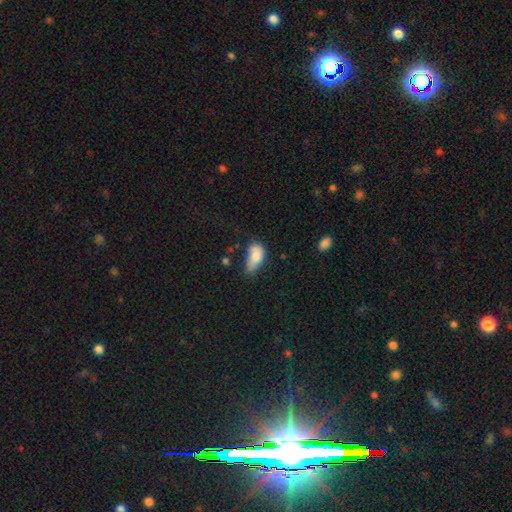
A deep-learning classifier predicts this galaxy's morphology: Q: Smooth or featured?
A: smooth (77%); runner-up: featured or disk (15%)
Q: How rounded?
A: in between (89%); runner-up: cigar-shaped (6%)
Q: Merging?
A: minor disturbance (42%); runner-up: none (31%)